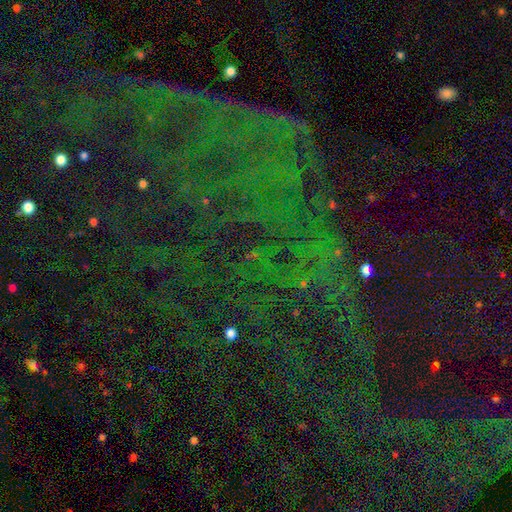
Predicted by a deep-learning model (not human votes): star or artifact 81%, featured or disk 10%, smooth 9%.